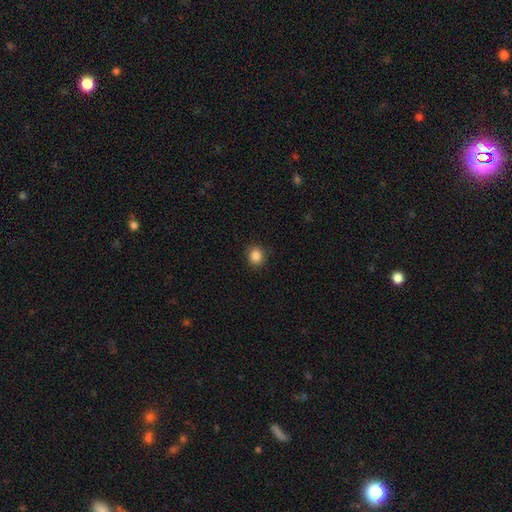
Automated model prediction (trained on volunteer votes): smooth 86%, star or artifact 10%, featured or disk 3%. Down the decision tree: how rounded — round (82%); merging — none (89%).